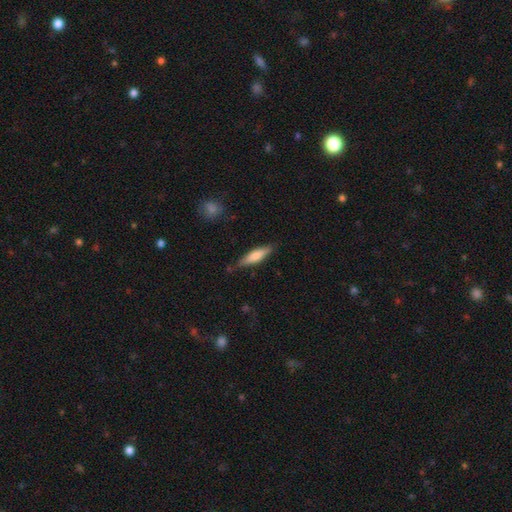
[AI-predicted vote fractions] This appears to be a smooth galaxy with no disk features (67%) that is cigar-shaped (72%). Merging: none (79%).